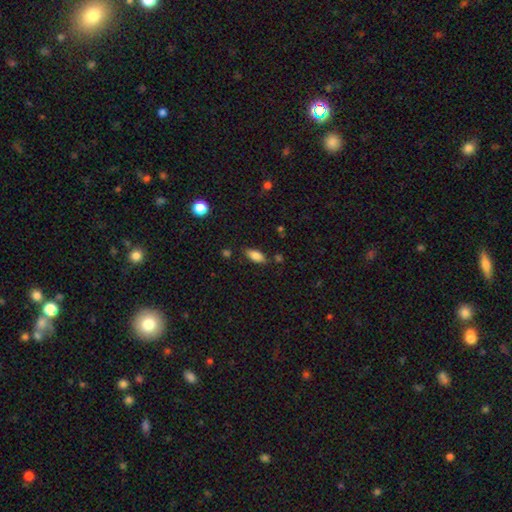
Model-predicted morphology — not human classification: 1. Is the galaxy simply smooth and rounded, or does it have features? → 81% smooth, 11% featured or disk, 8% star or artifact.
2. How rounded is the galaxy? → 82% in between, 15% cigar-shaped, 3% round.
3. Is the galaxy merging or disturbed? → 79% none, 15% minor disturbance, 4% merger, 3% major disturbance.